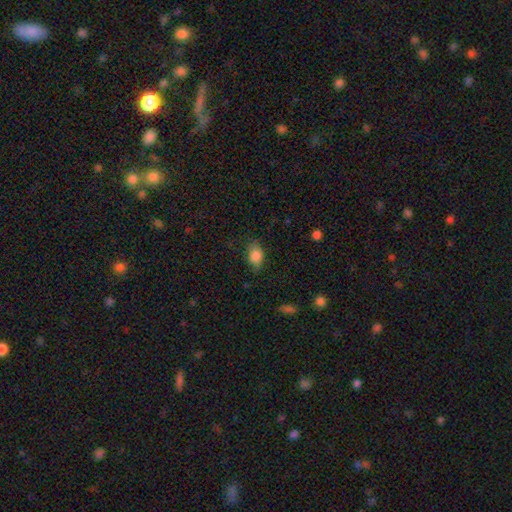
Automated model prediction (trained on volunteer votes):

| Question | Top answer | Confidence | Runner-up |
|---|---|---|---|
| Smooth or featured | smooth | 84% | star or artifact (8%) |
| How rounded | in between | 81% | round (16%) |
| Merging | none | 71% | minor disturbance (22%) |